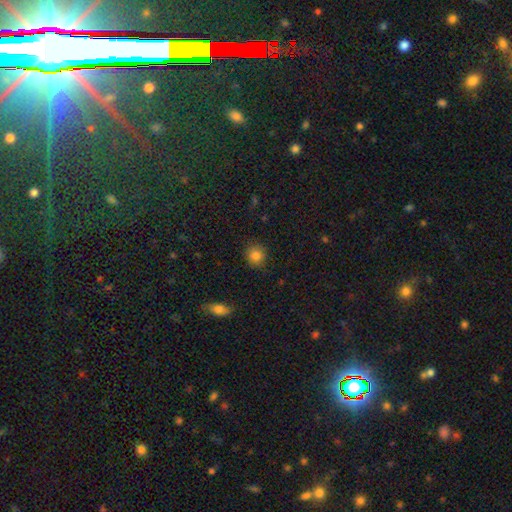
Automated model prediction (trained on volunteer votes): Smooth or featured? Predicted: smooth (p=0.83). How rounded? Predicted: round (p=0.87). Merging? Predicted: none (p=0.87).